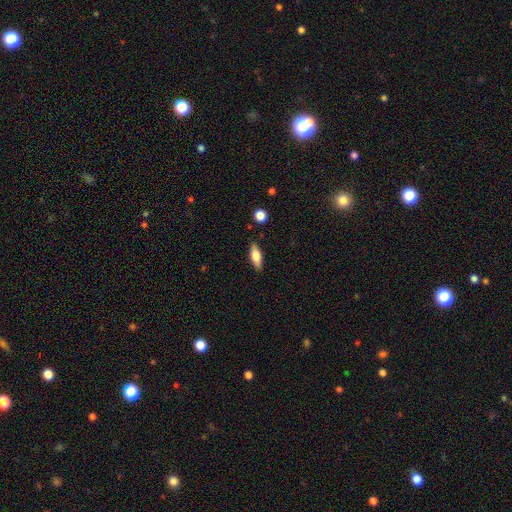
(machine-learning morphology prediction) This appears to be a smooth galaxy with no disk features (65%) that is in between round and cigar-shaped (66%). Merging: none (85%).